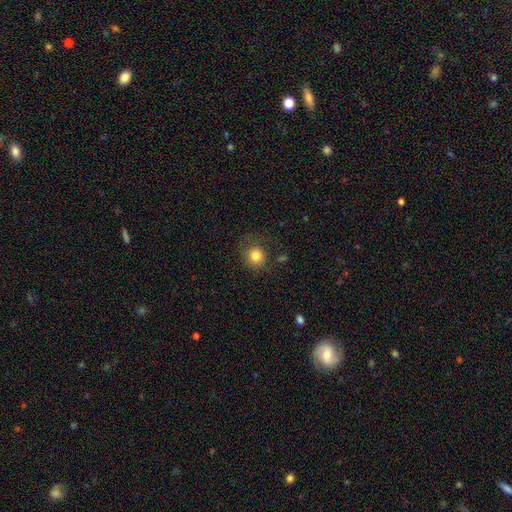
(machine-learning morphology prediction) Smooth or featured?
  - smooth: 81% *
  - star or artifact: 10%
  - featured or disk: 9%
How rounded?
  - round: 85% *
  - in between: 14%
  - cigar-shaped: 1%
Merging?
  - none: 68% *
  - minor disturbance: 18%
  - major disturbance: 11%
  - merger: 3%